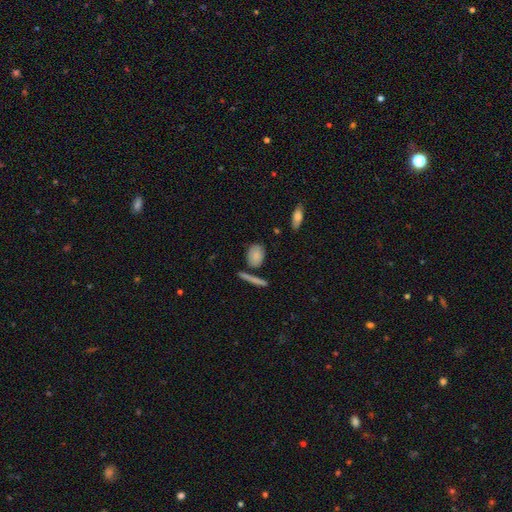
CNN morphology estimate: This appears to be a smooth galaxy with no disk features (81%) that is in between round and cigar-shaped (68%). Merging: none (71%).